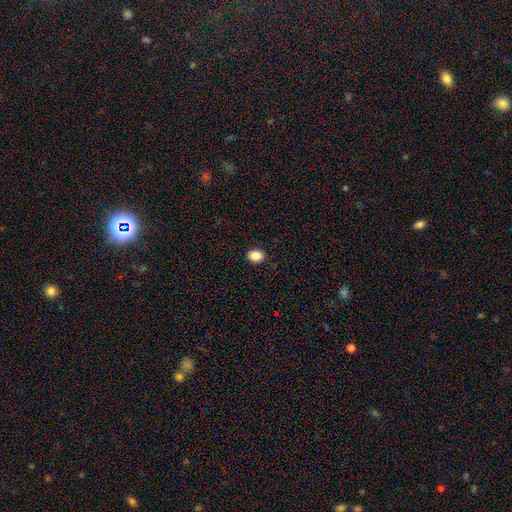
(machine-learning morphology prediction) smooth_or_featured: smooth (p=0.87) [alt: star or artifact p=0.09]
how_rounded: in between (p=0.55) [alt: round p=0.45]
merging: none (p=0.90) [alt: minor disturbance p=0.08]